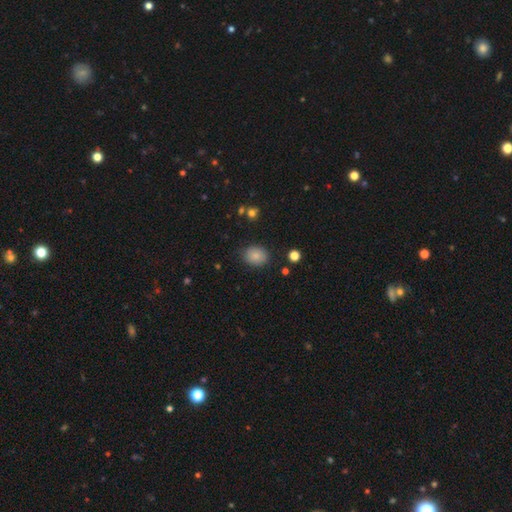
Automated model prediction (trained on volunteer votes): Smooth or featured? smooth (86%)
How rounded? in between (53%)
Merging? none (83%)